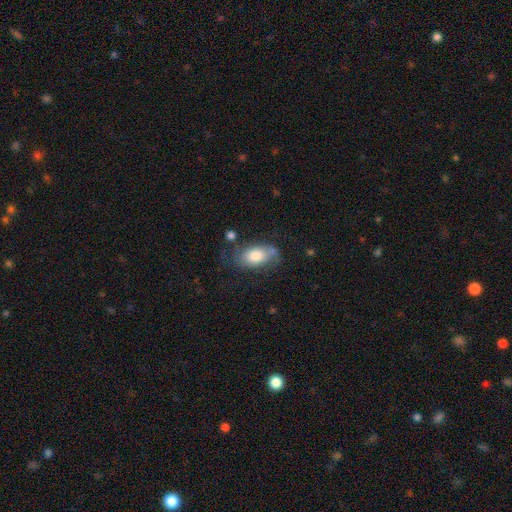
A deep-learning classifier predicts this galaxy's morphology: A smooth galaxy with no disk features (71%) that is in between round and cigar-shaped (91%).

Vote fractions:
- Smooth or featured? smooth: 71% / featured or disk: 22% / star or artifact: 7%
- How rounded? in between: 91% / round: 6% / cigar-shaped: 3%
- Merging? none: 57% / minor disturbance: 25% / major disturbance: 11% / merger: 7%